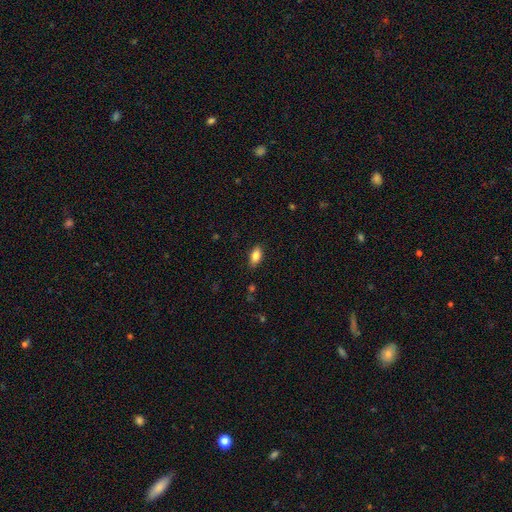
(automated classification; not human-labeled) This is clearly a smooth galaxy (84%). How rounded: clearly in between (89%). Merging: clearly none (85%).